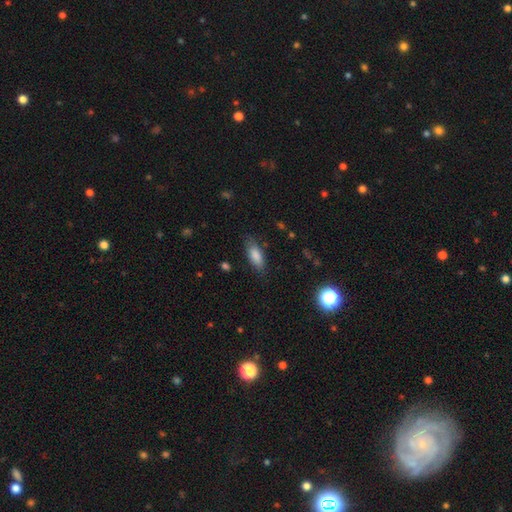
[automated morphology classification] smooth-or-featured: smooth: 82% | featured or disk: 10% | star or artifact: 8%
  how-rounded: in between: 77% | cigar-shaped: 20% | round: 2%
  merging: none: 78% | minor disturbance: 16% | major disturbance: 4% | merger: 1%